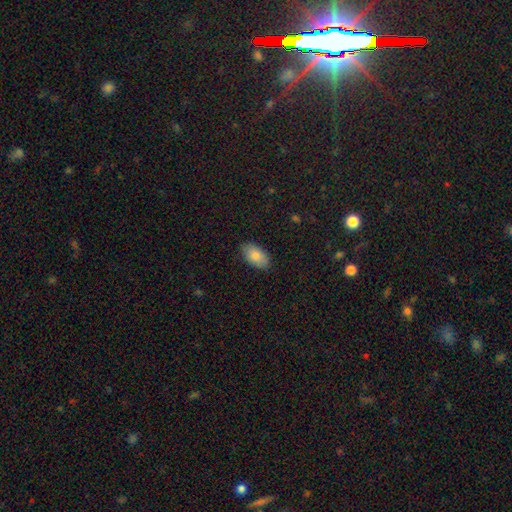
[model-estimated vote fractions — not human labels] Q: Smooth or featured?
A: smooth (84%); runner-up: featured or disk (10%)
Q: How rounded?
A: in between (94%); runner-up: round (4%)
Q: Merging?
A: none (84%); runner-up: minor disturbance (12%)